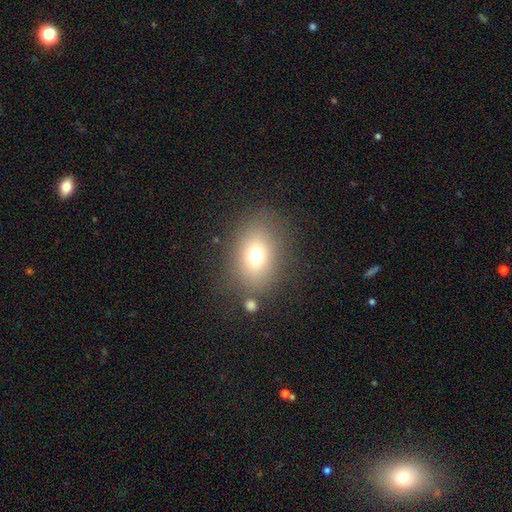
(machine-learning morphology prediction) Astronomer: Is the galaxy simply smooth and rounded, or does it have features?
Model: smooth — 72%.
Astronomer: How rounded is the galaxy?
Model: in between — 66%.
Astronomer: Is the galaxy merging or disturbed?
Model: none — 77%.